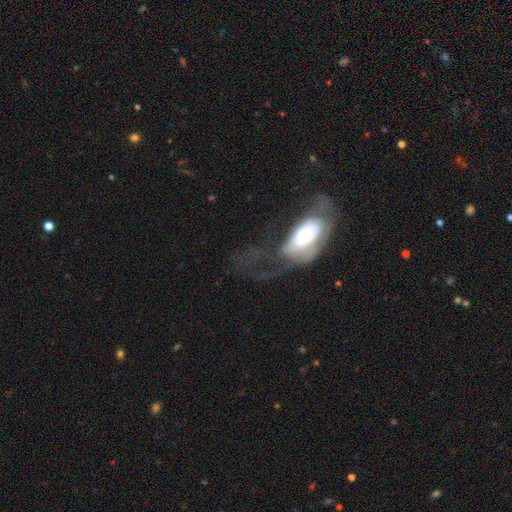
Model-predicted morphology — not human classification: Q: Smooth or featured?
A: featured or disk (49%); runner-up: smooth (38%)
Q: Merging?
A: major disturbance (53%); runner-up: none (25%)